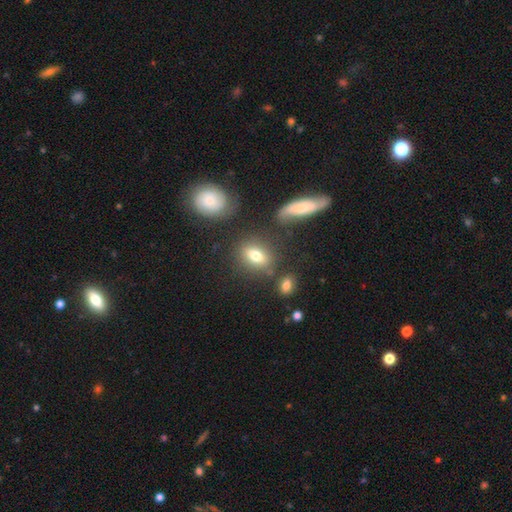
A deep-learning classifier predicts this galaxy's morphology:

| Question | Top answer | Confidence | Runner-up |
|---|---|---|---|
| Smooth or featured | smooth | 73% | featured or disk (17%) |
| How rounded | in between | 72% | round (20%) |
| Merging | none | 74% | minor disturbance (13%) |